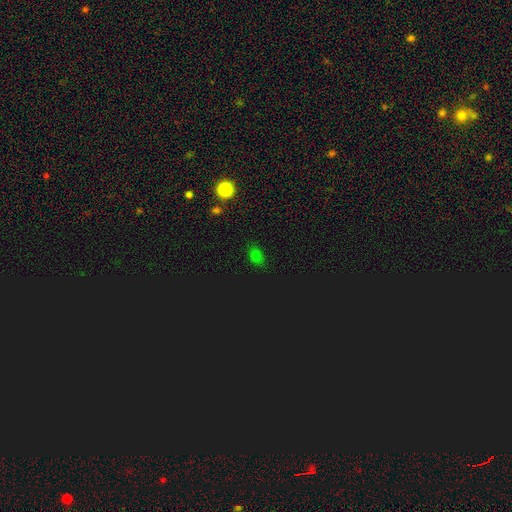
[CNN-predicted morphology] The model was most divided on "smooth or featured": smooth: 61%, star or artifact: 34%, featured or disk: 5%. More confident: merging — none (80%); how rounded — in between (69%).